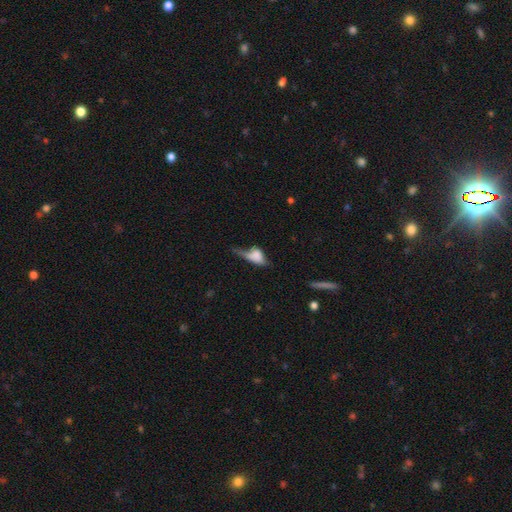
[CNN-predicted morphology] Q: Smooth or featured?
A: smooth (59%); runner-up: featured or disk (30%)
Q: How rounded?
A: in between (71%); runner-up: cigar-shaped (15%)
Q: Merging?
A: major disturbance (36%); runner-up: none (25%)